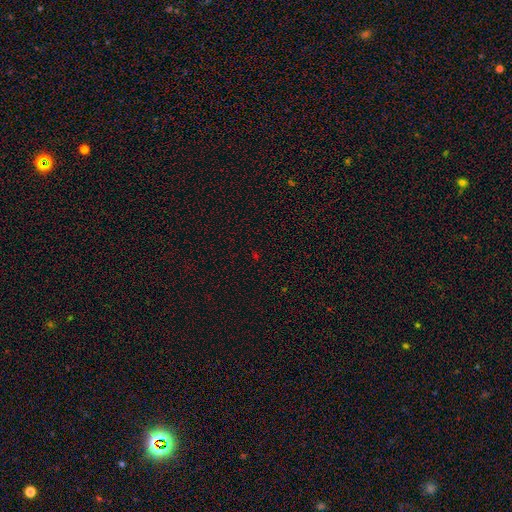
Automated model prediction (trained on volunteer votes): A star or artifact, not a galaxy (64%).

Vote fractions:
- Smooth or featured? star or artifact: 64% / smooth: 29% / featured or disk: 8%